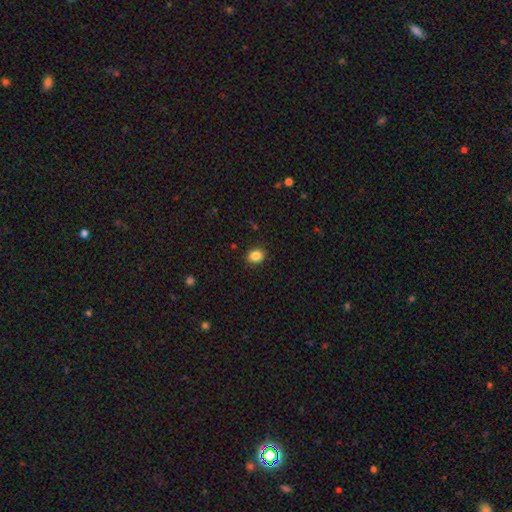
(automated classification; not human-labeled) smooth 86%, star or artifact 10%, featured or disk 4%. Down the decision tree: how rounded — round (53%); merging — none (88%).